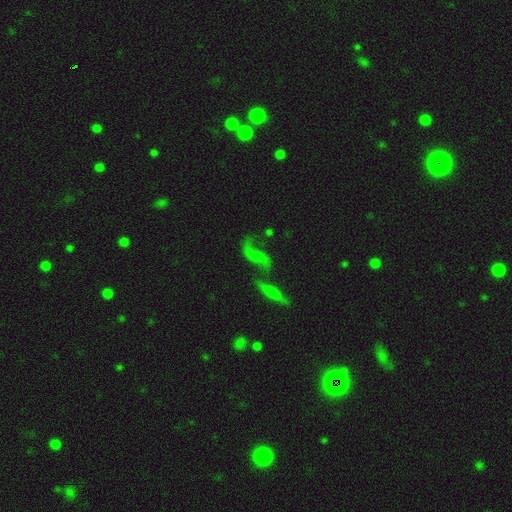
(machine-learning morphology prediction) type=featured or disk (64%); edge-on=no (90%); bar=no (59%); spiral arms=yes (83%); bulge=none (58%); merging=none (45%).